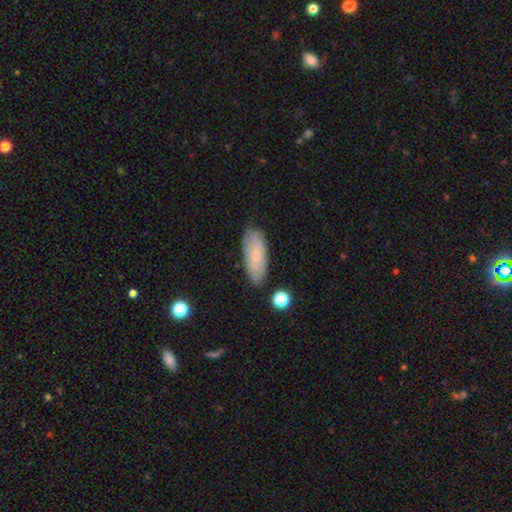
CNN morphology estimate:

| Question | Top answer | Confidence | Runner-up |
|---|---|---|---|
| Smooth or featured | smooth | 52% | featured or disk (40%) |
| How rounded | in between | 74% | cigar-shaped (24%) |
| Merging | none | 82% | minor disturbance (14%) |